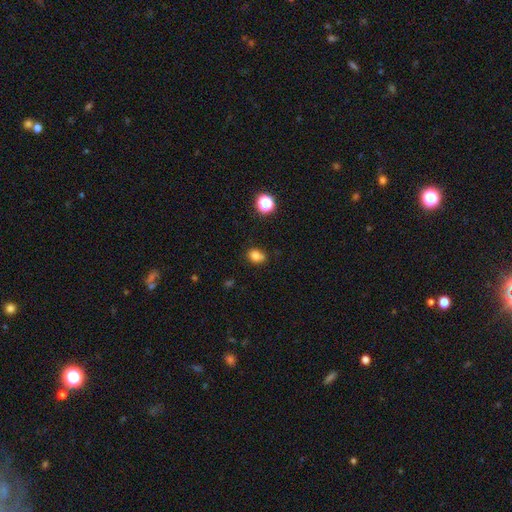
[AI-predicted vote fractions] A smooth galaxy with no disk features (78%) that is round (57%). Merging: none (65%).